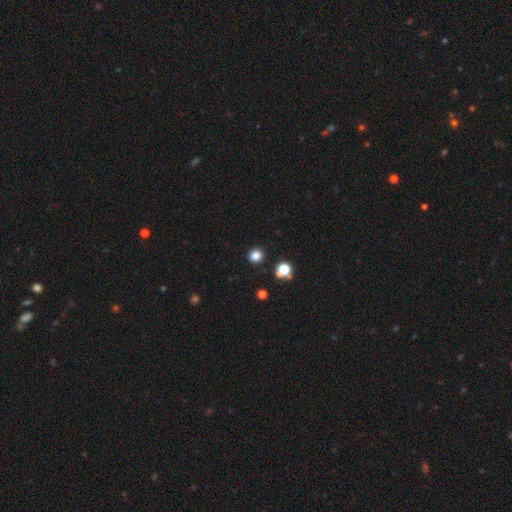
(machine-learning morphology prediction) Smooth or featured? Predicted: smooth (p=0.81). How rounded? Predicted: round (p=0.91). Merging? Predicted: none (p=0.90).